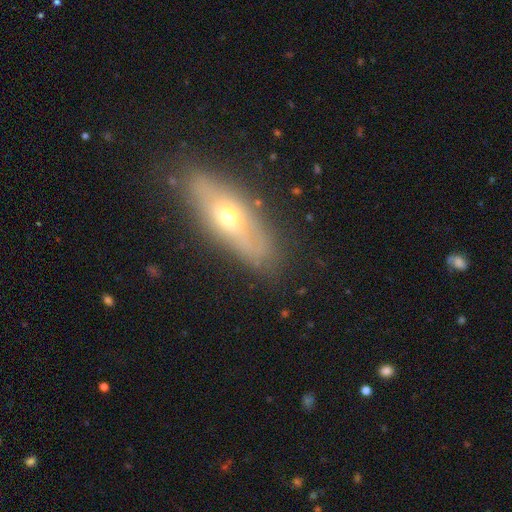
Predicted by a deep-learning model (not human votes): This appears to be a featured or disk galaxy (51%). Merging: none (83%).